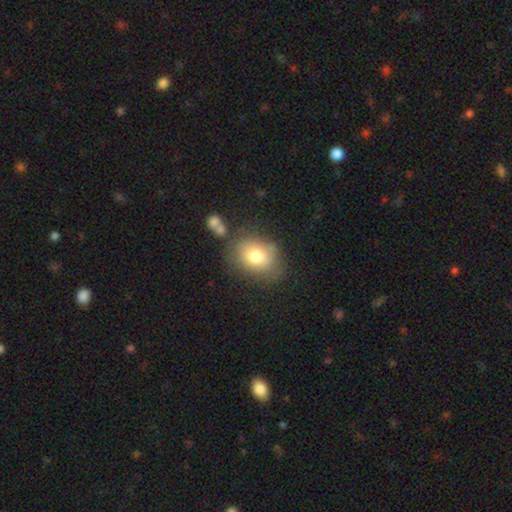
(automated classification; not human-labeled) smooth-or-featured: smooth: 76% | featured or disk: 14% | star or artifact: 10%
  how-rounded: in between: 53% | round: 46% | cigar-shaped: 1%
  merging: none: 65% | minor disturbance: 20% | major disturbance: 8% | merger: 7%